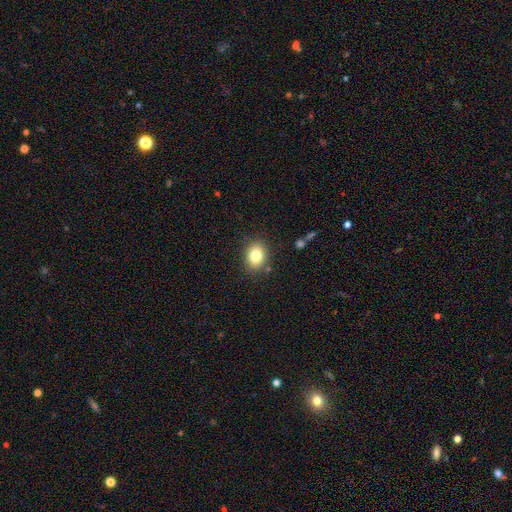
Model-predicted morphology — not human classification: Smooth or featured: smooth — 82% (star or artifact — 10%)
How rounded: in between — 62% (round — 37%)
Merging: none — 85% (minor disturbance — 10%)